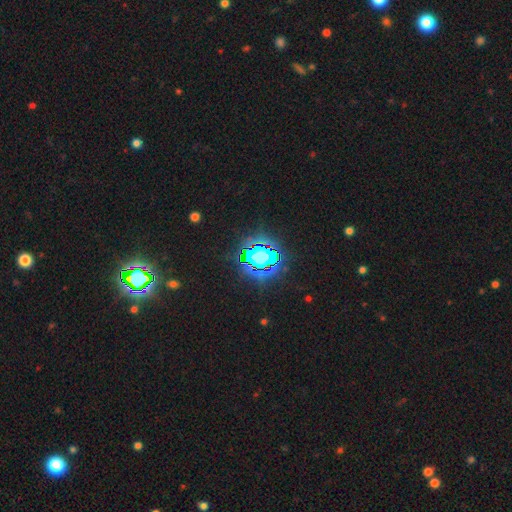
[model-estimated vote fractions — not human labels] A star or artifact, not a galaxy (78%).